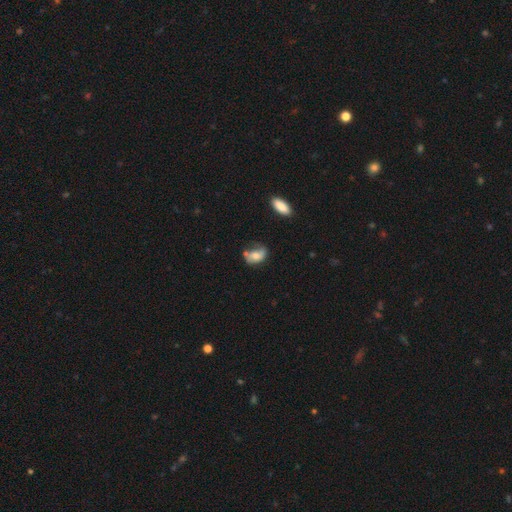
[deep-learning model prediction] Smooth or featured? smooth (62%)
How rounded? in between (82%)
Merging? none (35%)